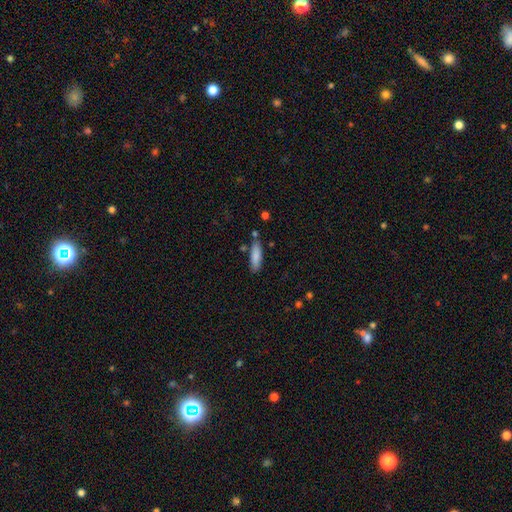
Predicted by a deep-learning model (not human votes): Smooth or featured? smooth (84%)
How rounded? cigar-shaped (54%)
Merging? none (78%)